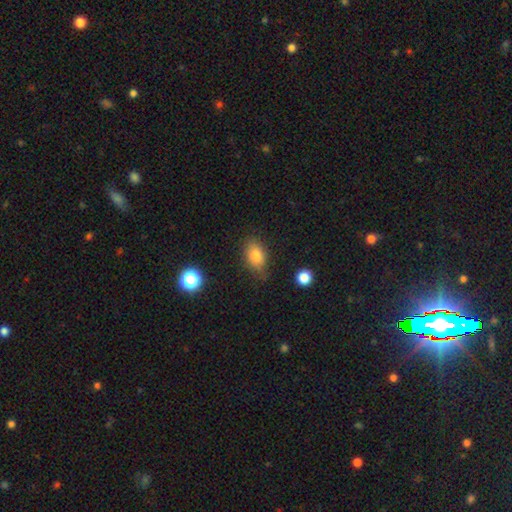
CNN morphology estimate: Smooth or featured? Predicted: smooth (p=0.81). How rounded? Predicted: in between (p=0.82). Merging? Predicted: none (p=0.71).